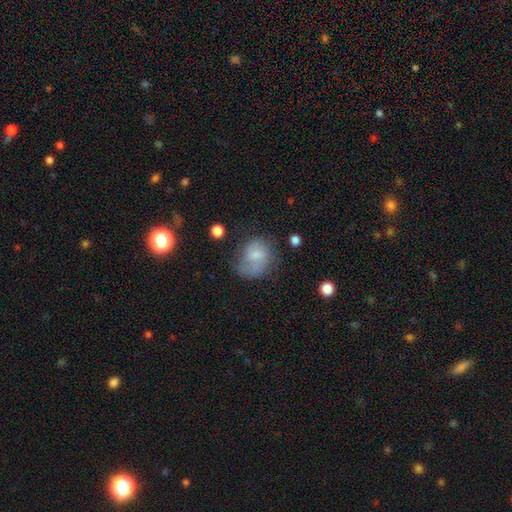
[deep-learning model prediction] Smooth or featured? smooth (58%)
How rounded? round (53%)
Merging? none (43%)